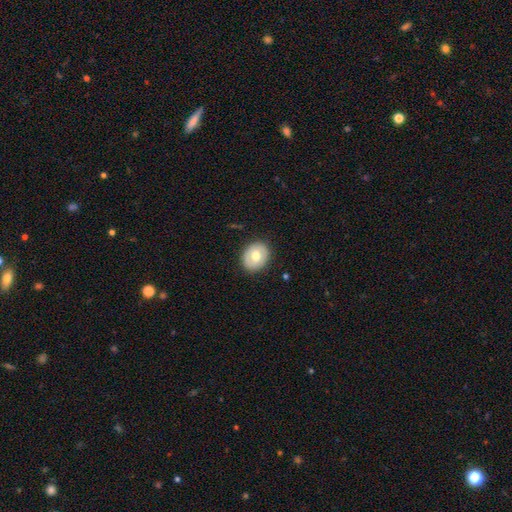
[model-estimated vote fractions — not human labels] smooth_or_featured: smooth (p=0.62) [alt: featured or disk p=0.32]
how_rounded: round (p=0.61) [alt: in between p=0.39]
merging: none (p=0.87) [alt: minor disturbance p=0.10]